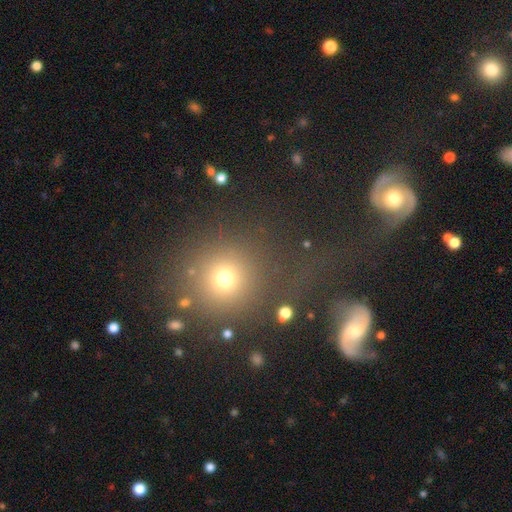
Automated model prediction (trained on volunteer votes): This is possibly a smooth galaxy (56%). How rounded: clearly round (90%). Merging: likely none (72%).